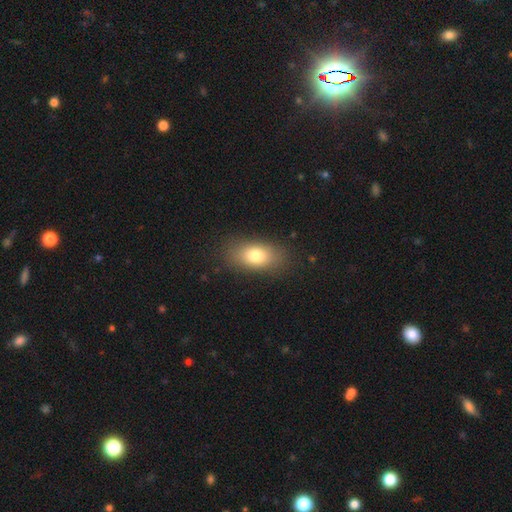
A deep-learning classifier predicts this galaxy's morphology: This is likely a smooth galaxy (78%). How rounded: clearly in between (86%). Merging: clearly none (85%).